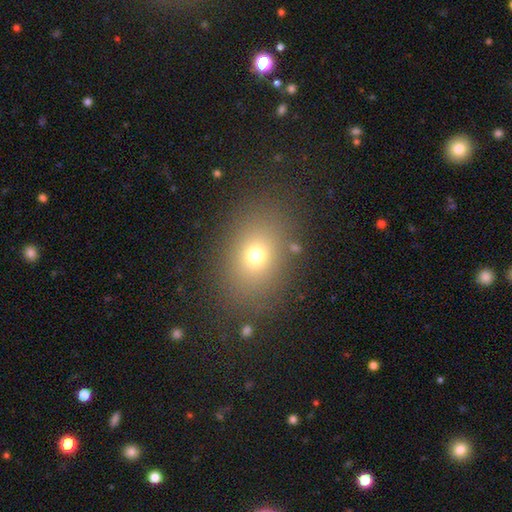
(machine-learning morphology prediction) type=smooth (70%); roundness=in between (64%); merging=none (83%).